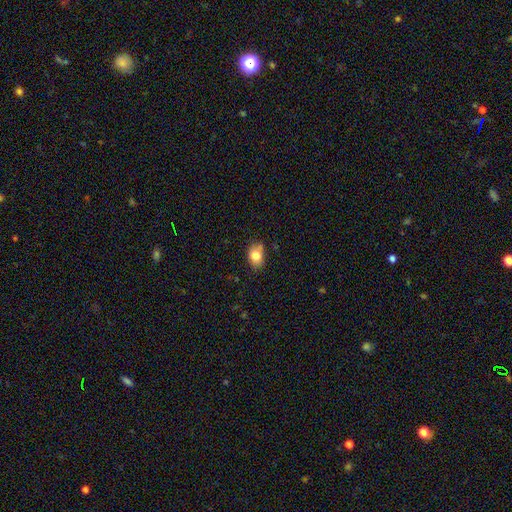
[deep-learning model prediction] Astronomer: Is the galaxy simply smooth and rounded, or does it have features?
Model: smooth — 82%.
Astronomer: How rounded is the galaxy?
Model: in between — 69%.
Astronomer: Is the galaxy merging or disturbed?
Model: none — 68%.